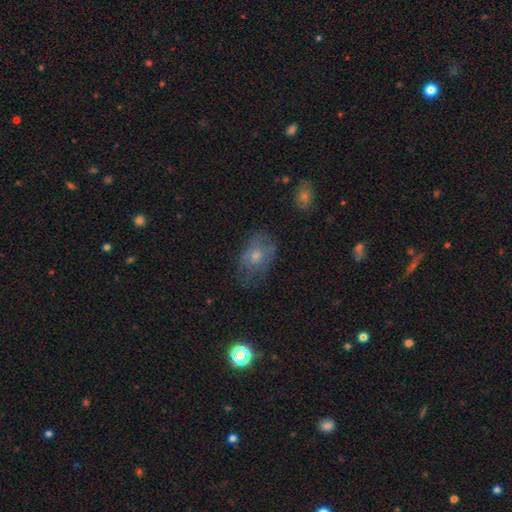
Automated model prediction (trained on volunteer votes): This appears to be a smooth galaxy with no disk features (49%). Merging: none (62%).